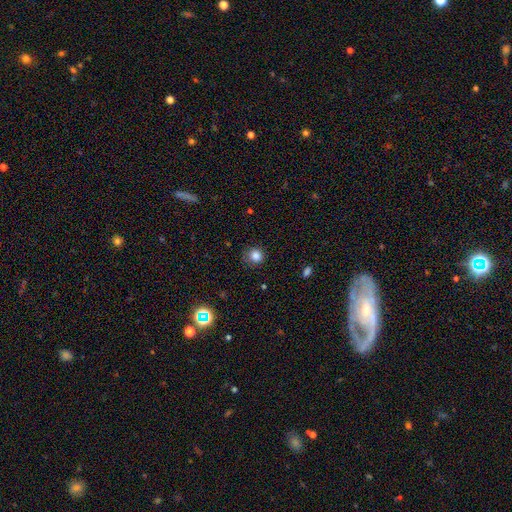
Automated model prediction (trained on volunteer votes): A smooth galaxy with no disk features (82%) that is round (89%). Merging: none (81%).